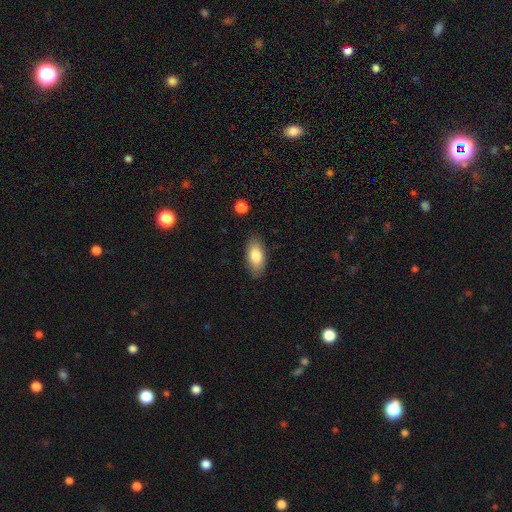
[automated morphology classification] smooth_or_featured: smooth (p=0.80) [alt: featured or disk p=0.13]
how_rounded: in between (p=0.90) [alt: cigar-shaped p=0.07]
merging: none (p=0.84) [alt: minor disturbance p=0.12]